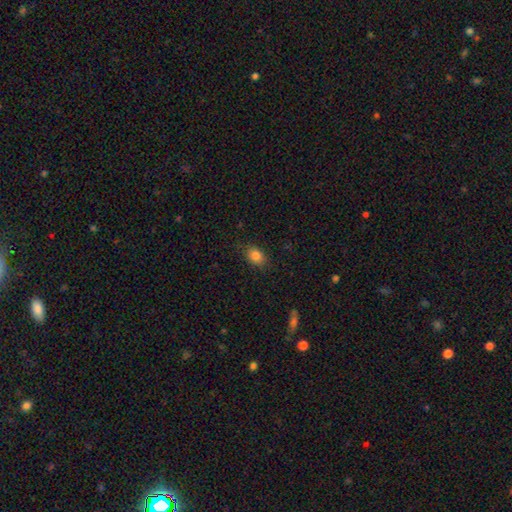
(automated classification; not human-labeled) This is clearly a smooth galaxy (84%). How rounded: likely in between (67%). Merging: clearly none (84%).